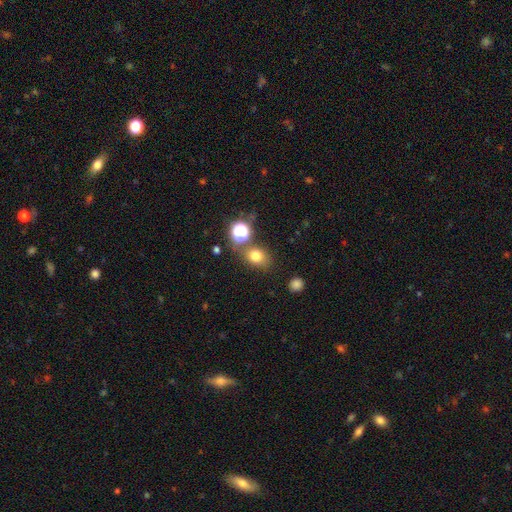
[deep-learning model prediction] smooth 74%, star or artifact 17%, featured or disk 9%. Down the decision tree: how rounded — round (52%); merging — none (71%).